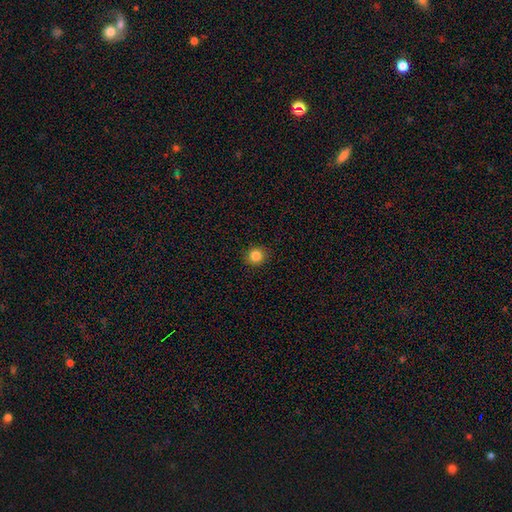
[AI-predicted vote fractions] A smooth galaxy with no disk features (85%) that is round (90%).

Vote fractions:
- Smooth or featured? smooth: 85% / star or artifact: 11% / featured or disk: 4%
- How rounded? round: 90% / in between: 9% / cigar-shaped: 1%
- Merging? none: 91% / minor disturbance: 6% / major disturbance: 2% / merger: 1%